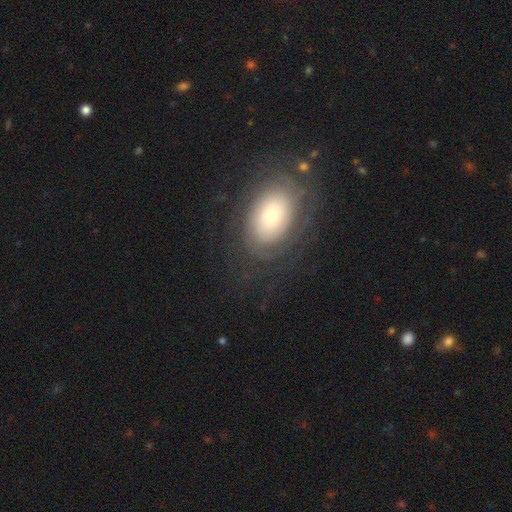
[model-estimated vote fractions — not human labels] The model was most divided on "smooth or featured": smooth: 58%, featured or disk: 24%, star or artifact: 18%. More confident: how rounded — in between (83%); merging — none (81%).